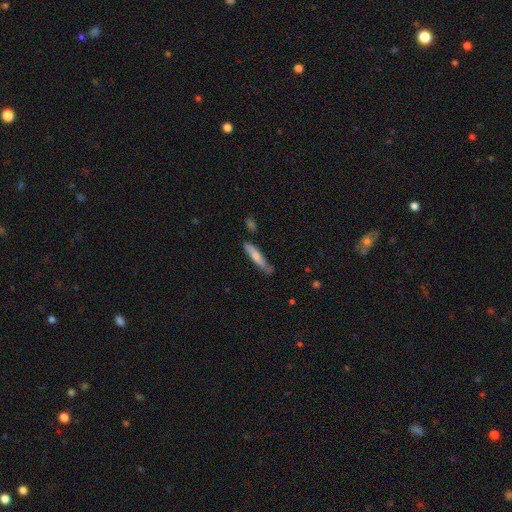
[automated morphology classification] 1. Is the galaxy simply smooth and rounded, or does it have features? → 63% smooth, 31% featured or disk, 6% star or artifact.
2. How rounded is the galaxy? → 87% cigar-shaped, 12% in between, 1% round.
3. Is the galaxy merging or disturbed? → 66% none, 24% minor disturbance, 5% major disturbance, 5% merger.